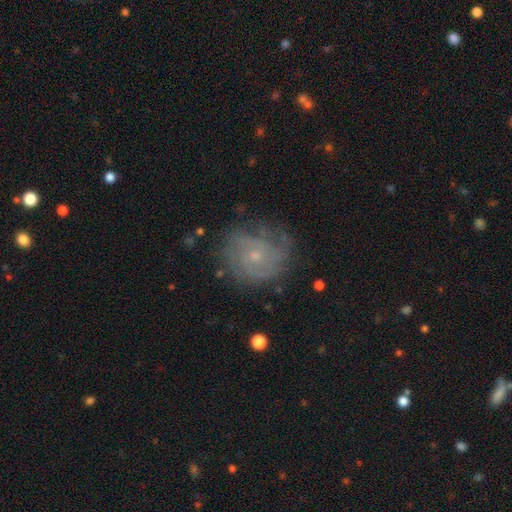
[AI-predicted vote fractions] Smooth or featured?
  - featured or disk: 70% *
  - smooth: 20%
  - star or artifact: 10%
Edge-on disk?
  - no: 98% *
  - yes: 2%
Bar?
  - no: 77% *
  - weak: 20%
  - strong: 3%
Spiral arms?
  - yes: 87% *
  - no: 13%
Spiral winding?
  - tight: 56% *
  - medium: 33%
  - loose: 11%
Spiral arm count?
  - can't tell: 43% *
  - 2: 22%
  - 3: 16%
  - 4: 8%
  - 1: 6%
  - more than 4: 5%
Bulge size?
  - small: 74% *
  - moderate: 20%
  - none: 4%
  - large: 1%
  - dominant: 1%
Merging?
  - none: 67% *
  - minor disturbance: 21%
  - major disturbance: 11%
  - merger: 2%